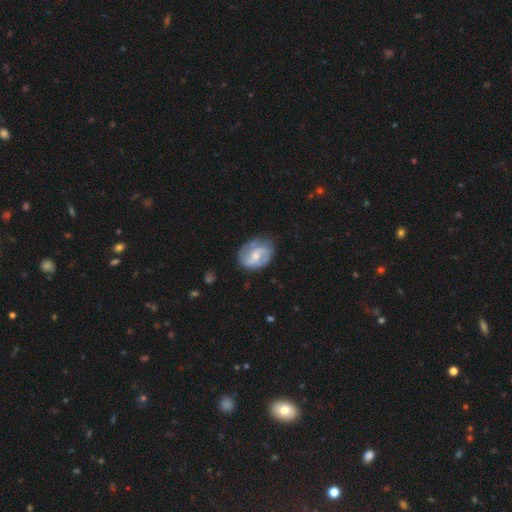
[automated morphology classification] type=featured or disk (71%); edge-on=no (97%); bar=weak (45%); spiral arms=yes (85%); winding=medium (46%); arm count=2 (72%); bulge=moderate (49%); merging=none (66%).